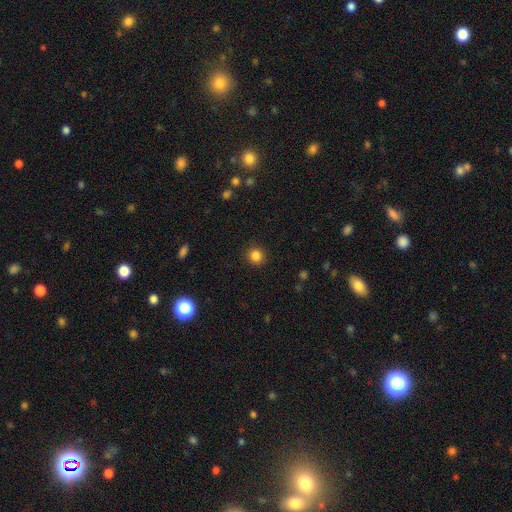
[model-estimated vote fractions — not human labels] A smooth galaxy with no disk features (85%) that is round (92%). Merging: none (91%).